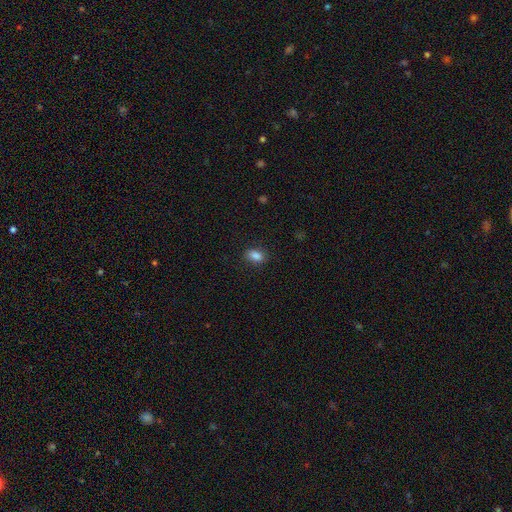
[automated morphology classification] smooth_or_featured: smooth (p=0.86) [alt: star or artifact p=0.10]
how_rounded: in between (p=0.85) [alt: round p=0.13]
merging: none (p=0.84) [alt: minor disturbance p=0.12]